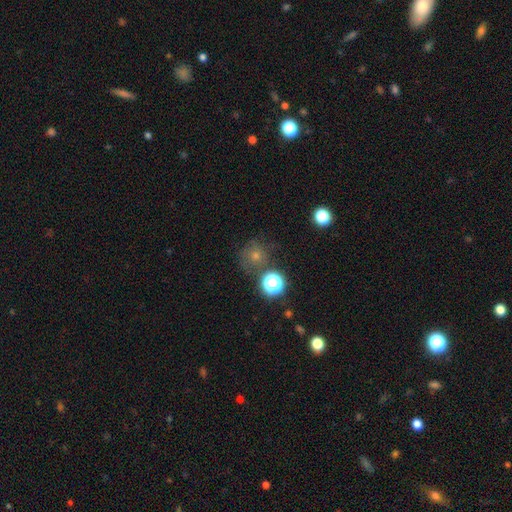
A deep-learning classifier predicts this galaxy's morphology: Smooth or featured? Predicted: smooth (p=0.66). How rounded? Predicted: round (p=0.89). Merging? Predicted: none (p=0.68).